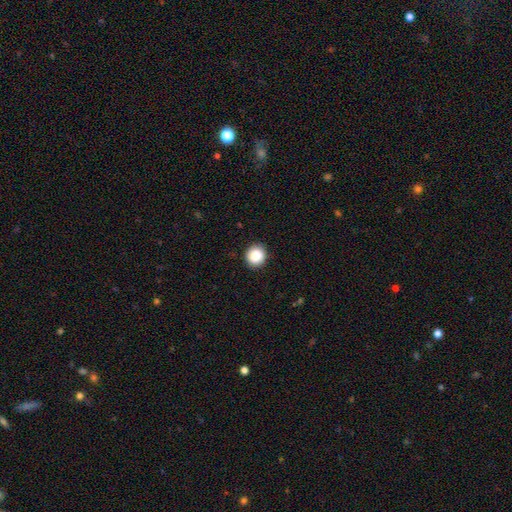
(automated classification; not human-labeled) smooth_or_featured: smooth (p=0.88) [alt: star or artifact p=0.09]
how_rounded: round (p=0.90) [alt: in between p=0.09]
merging: none (p=0.91) [alt: minor disturbance p=0.06]